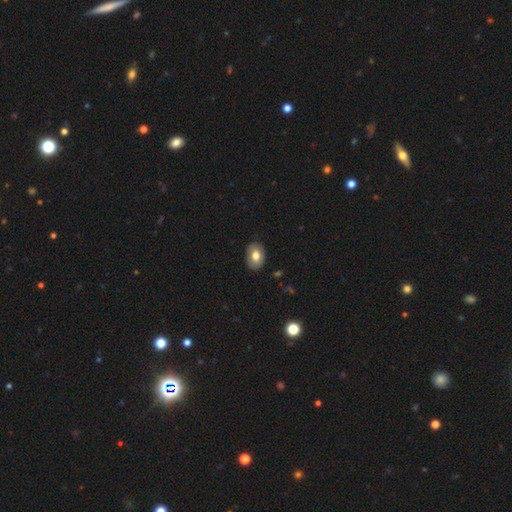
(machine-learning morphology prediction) This appears to be a smooth galaxy with no disk features (72%) that is in between round and cigar-shaped (77%). Merging: none (86%).